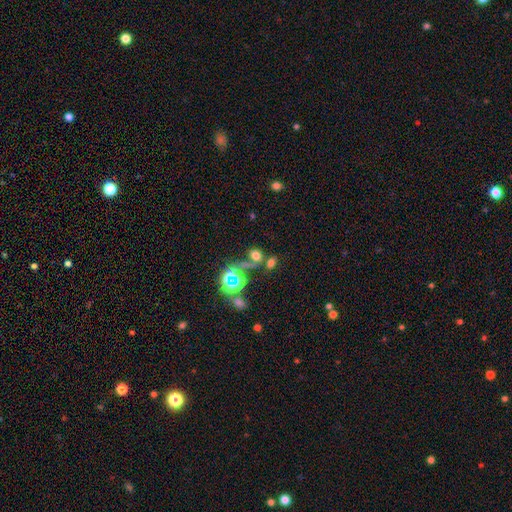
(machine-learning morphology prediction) Smooth or featured? smooth (57%)
How rounded? round (61%)
Merging? none (56%)